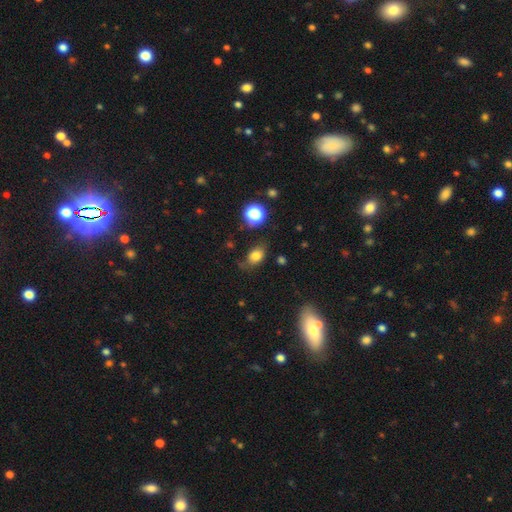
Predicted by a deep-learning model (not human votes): This is likely a smooth galaxy (78%). How rounded: likely in between (74%). Merging: likely none (66%).